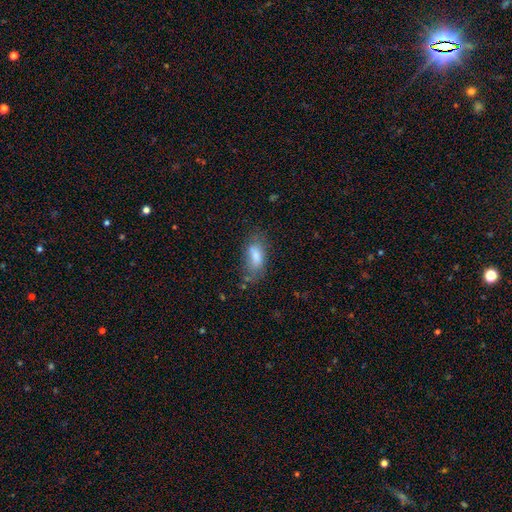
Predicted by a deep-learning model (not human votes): Smooth or featured: smooth — 77% (featured or disk — 15%)
How rounded: in between — 85% (cigar-shaped — 11%)
Merging: none — 53% (minor disturbance — 28%)